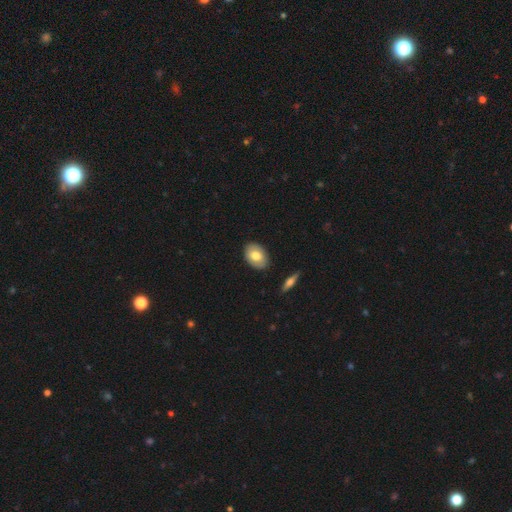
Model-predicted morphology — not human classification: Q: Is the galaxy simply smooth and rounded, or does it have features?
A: smooth — 73%.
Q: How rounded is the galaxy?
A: in between — 88%.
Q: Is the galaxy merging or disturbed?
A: none — 87%.